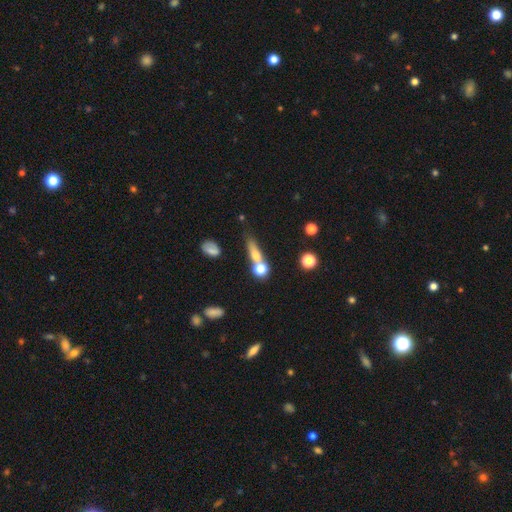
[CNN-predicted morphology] This appears to be a smooth galaxy with no disk features (62%) that is cigar-shaped (41%). Merging: none (45%).